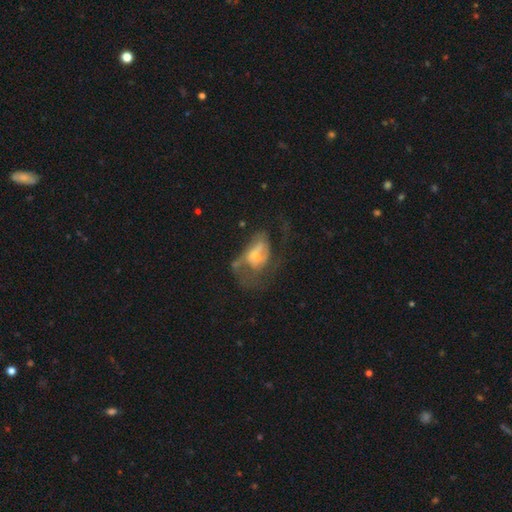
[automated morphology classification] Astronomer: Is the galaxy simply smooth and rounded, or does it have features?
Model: featured or disk — 60%.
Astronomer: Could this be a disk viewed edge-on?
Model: no — 96%.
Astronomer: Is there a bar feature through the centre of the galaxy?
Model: no — 71%.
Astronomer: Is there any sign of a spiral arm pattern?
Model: yes — 54% (runner-up: no, 46%).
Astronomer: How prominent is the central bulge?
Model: moderate — 46% (runner-up: small, 41%).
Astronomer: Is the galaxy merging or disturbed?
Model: major disturbance — 49% (runner-up: none, 27%).